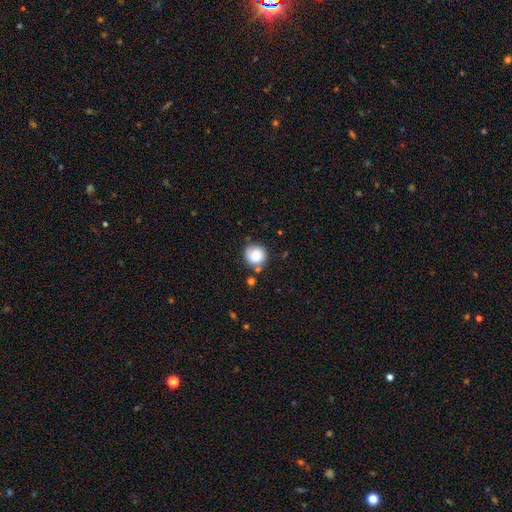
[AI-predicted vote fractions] Smooth or featured: smooth — 80% (featured or disk — 11%)
How rounded: round — 92% (in between — 7%)
Merging: none — 73% (minor disturbance — 15%)